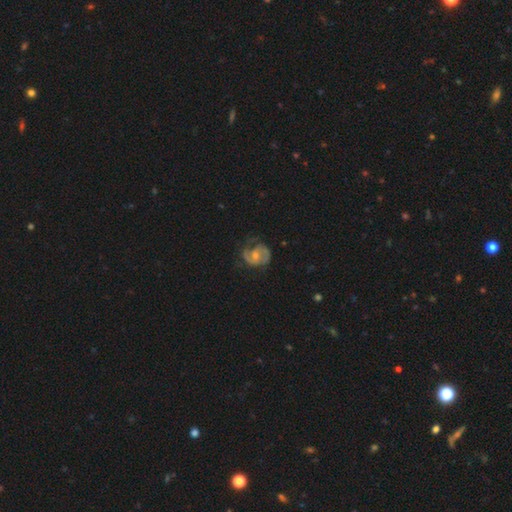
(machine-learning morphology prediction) Smooth or featured? Predicted: featured or disk (p=0.76). Edge-on disk? Predicted: no (p=0.98). Bar? Predicted: no (p=0.61). Spiral arms? Predicted: yes (p=0.91). Spiral winding? Predicted: medium (p=0.48). Spiral arm count? Predicted: 2 (p=0.76). Bulge size? Predicted: moderate (p=0.52). Merging? Predicted: none (p=0.60).